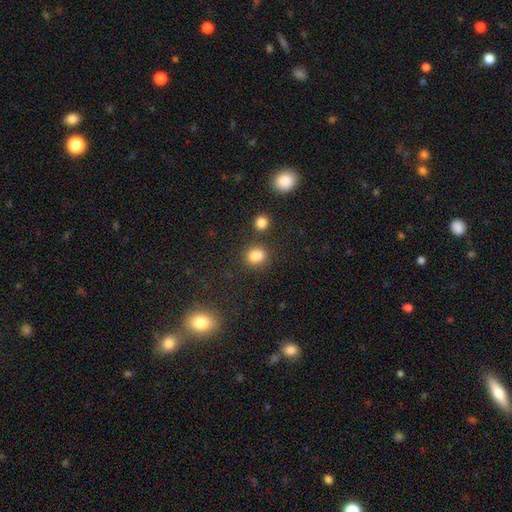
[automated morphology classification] This is clearly a smooth galaxy (83%). How rounded: likely round (63%). Merging: likely none (69%).